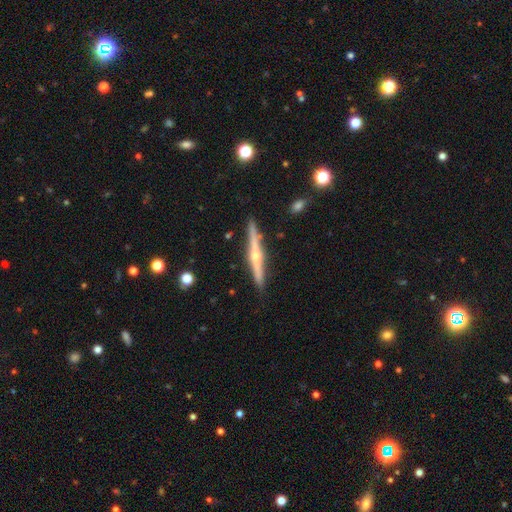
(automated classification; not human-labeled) smooth-or-featured: featured or disk: 78% | smooth: 17% | star or artifact: 5%
  disk-edge-on: yes: 98% | no: 2%
    edge-on-bulge: rounded: 90% | none: 8% | boxy: 3%
  merging: none: 90% | minor disturbance: 7% | major disturbance: 1% | merger: 1%